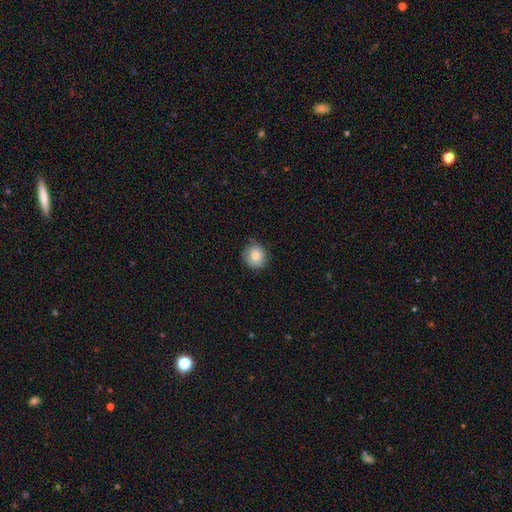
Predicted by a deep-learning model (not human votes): This is likely a smooth galaxy (79%). How rounded: clearly round (87%). Merging: likely none (72%).